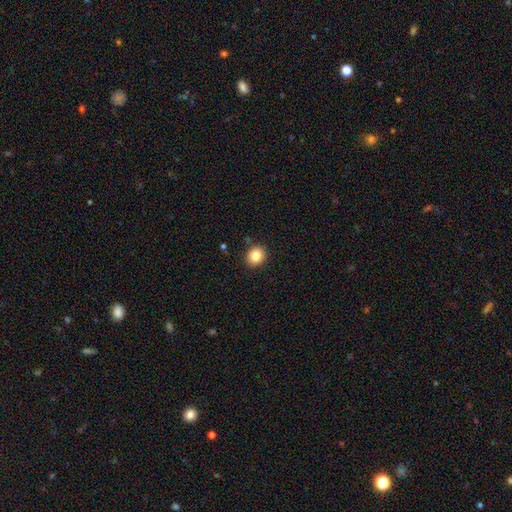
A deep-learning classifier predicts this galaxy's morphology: smooth-or-featured: smooth: 83% | star or artifact: 10% | featured or disk: 7%
  how-rounded: round: 70% | in between: 29% | cigar-shaped: 1%
  merging: none: 88% | minor disturbance: 8% | merger: 2% | major disturbance: 2%